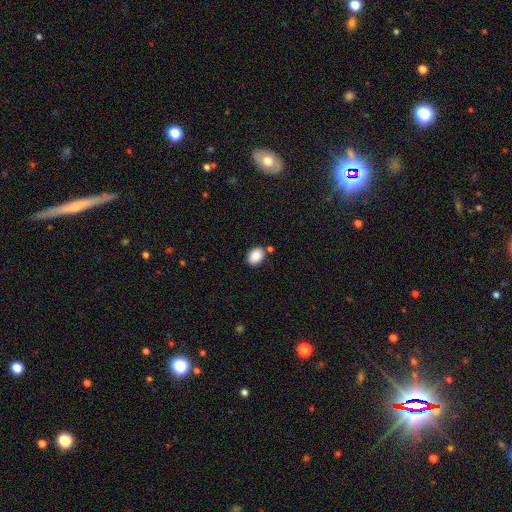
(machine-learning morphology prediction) smooth_or_featured: smooth (p=0.89) [alt: star or artifact p=0.08]
how_rounded: in between (p=0.74) [alt: round p=0.25]
merging: none (p=0.77) [alt: minor disturbance p=0.13]